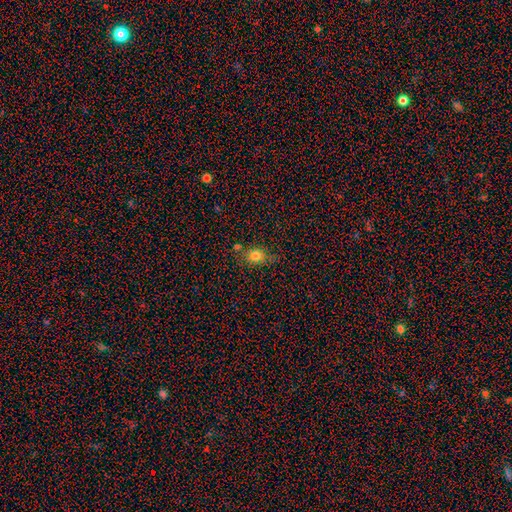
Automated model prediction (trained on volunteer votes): Morphology: type=smooth (76%); roundness=round (56%); merging=none (67%).